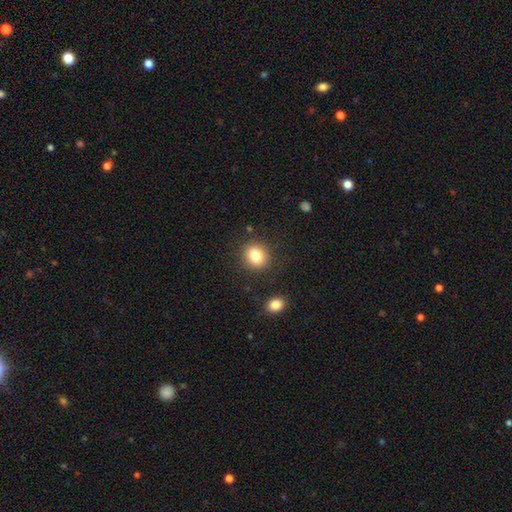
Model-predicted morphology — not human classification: The model was most divided on "how rounded": round: 70%, in between: 29%, cigar-shaped: 1%. More confident: merging — none (86%); smooth or featured — smooth (82%).